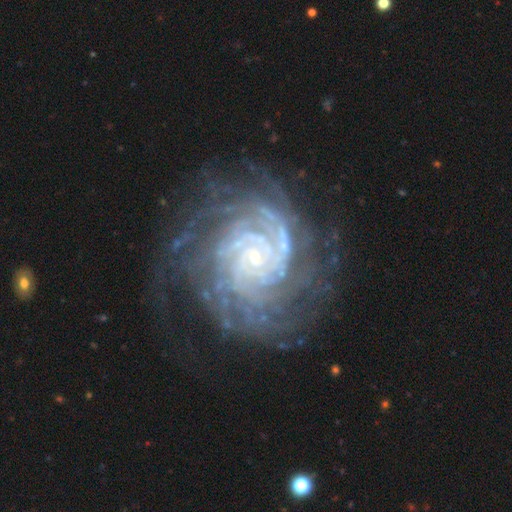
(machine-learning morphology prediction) Smooth or featured? featured or disk (90%)
Edge-on disk? no (98%)
Bar? no (72%)
Spiral arms? yes (98%)
Spiral winding? tight (81%)
Spiral arm count? more than 4 (32%)
Bulge size? small (86%)
Merging? none (74%)